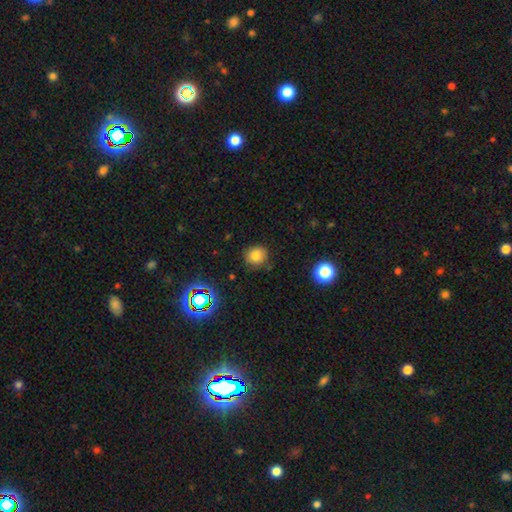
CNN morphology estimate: Overall: smooth (76%). How rounded: round (86%). Merging: none (77%).